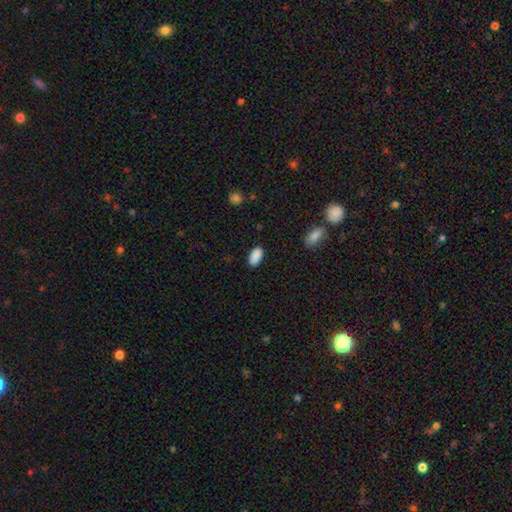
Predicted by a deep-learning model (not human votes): A smooth galaxy with no disk features (89%) that is in between round and cigar-shaped (94%). Merging: none (85%).